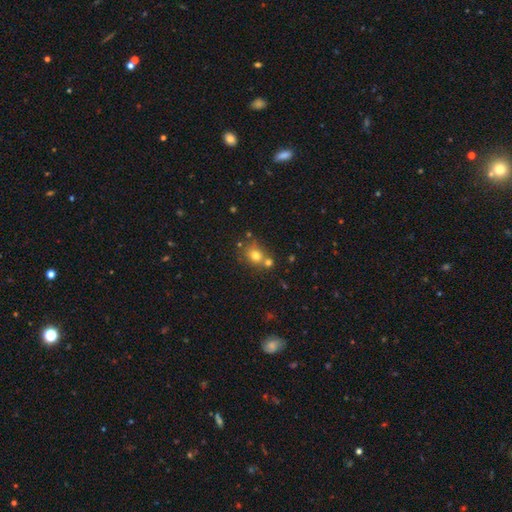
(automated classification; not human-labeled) smooth_or_featured: smooth (p=0.73) [alt: star or artifact p=0.15]
how_rounded: round (p=0.72) [alt: in between p=0.27]
merging: none (p=0.54) [alt: merger p=0.30]